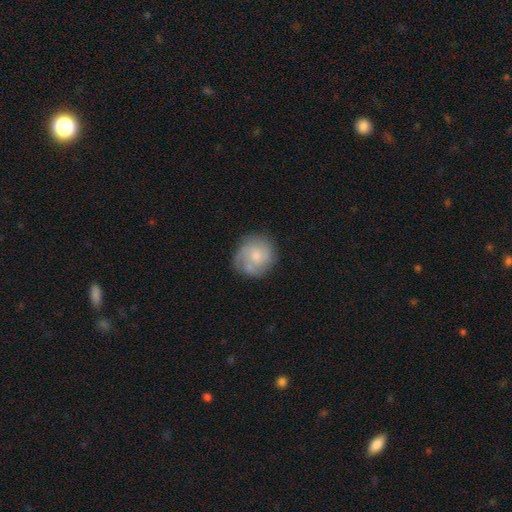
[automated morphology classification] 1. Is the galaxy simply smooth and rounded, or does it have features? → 47% smooth, 46% featured or disk, 7% star or artifact.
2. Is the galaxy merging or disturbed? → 68% none, 20% minor disturbance, 7% major disturbance, 5% merger.